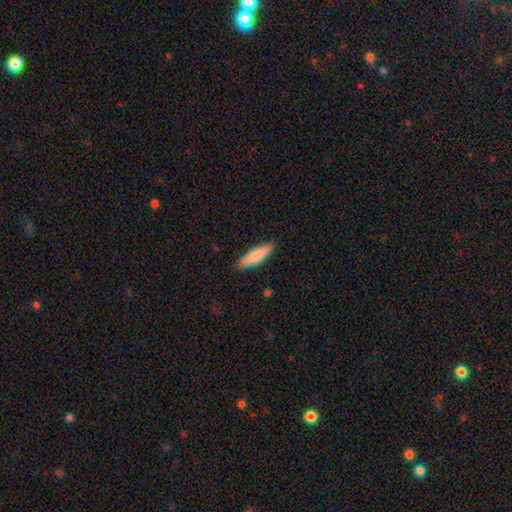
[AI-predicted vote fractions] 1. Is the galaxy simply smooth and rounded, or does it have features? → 81% smooth, 13% featured or disk, 5% star or artifact.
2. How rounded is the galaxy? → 71% cigar-shaped, 27% in between, 1% round.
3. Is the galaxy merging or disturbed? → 89% none, 8% minor disturbance, 2% major disturbance, 1% merger.